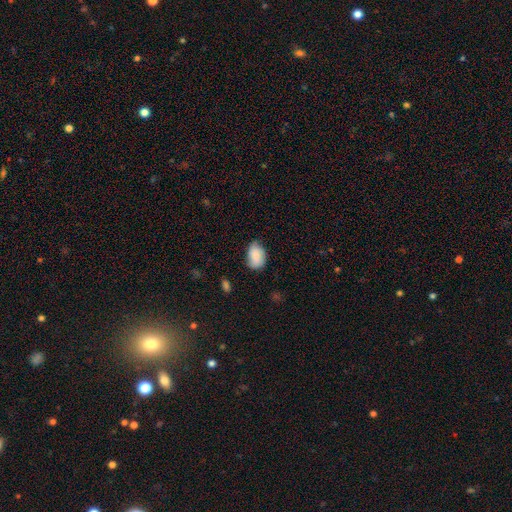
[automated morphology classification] This is likely a smooth galaxy (76%). How rounded: likely in between (79%). Merging: likely none (62%).